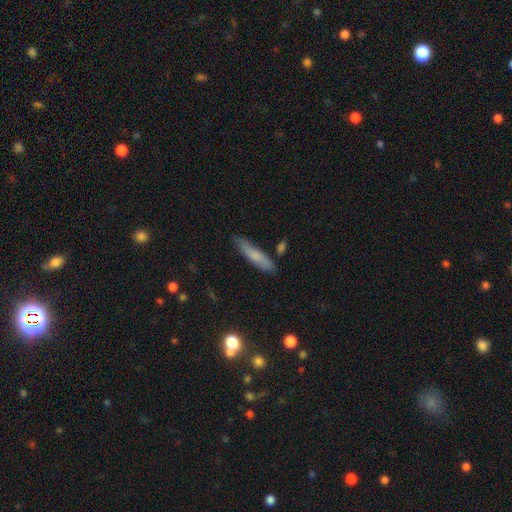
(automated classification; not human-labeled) Smooth or featured? smooth (73%)
How rounded? cigar-shaped (82%)
Merging? none (78%)